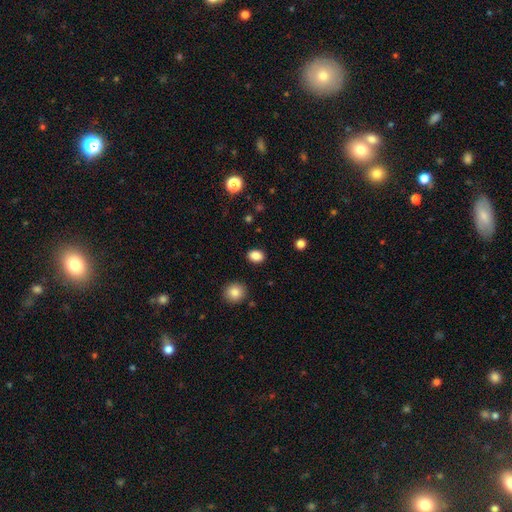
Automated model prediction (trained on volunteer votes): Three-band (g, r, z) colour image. It shows a smooth galaxy with no disk features (86%) that is in between round and cigar-shaped (66%). Merging: none (89%).